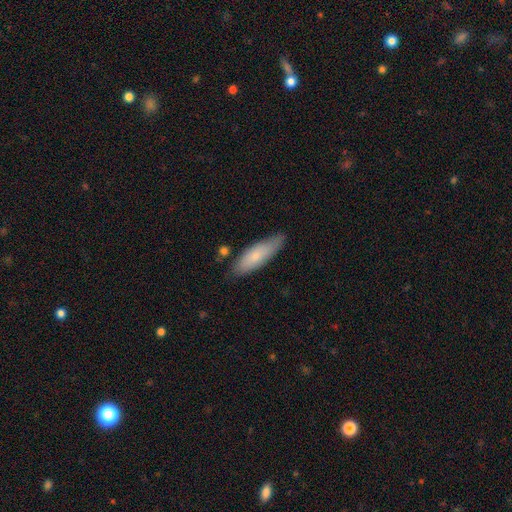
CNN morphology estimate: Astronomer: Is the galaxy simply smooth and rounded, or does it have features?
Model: smooth — 72%.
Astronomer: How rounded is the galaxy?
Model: in between — 51% (runner-up: cigar-shaped, 47%).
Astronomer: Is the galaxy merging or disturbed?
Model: none — 75%.